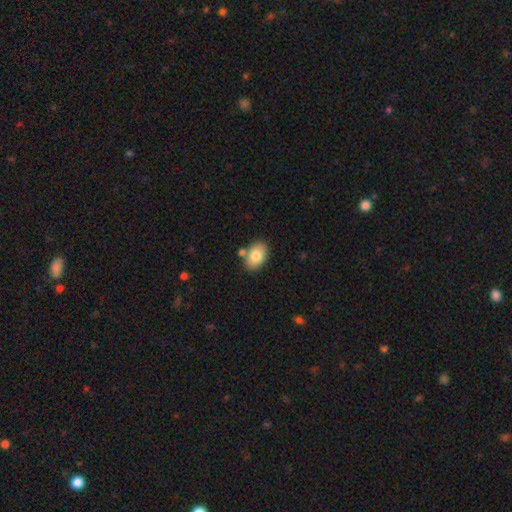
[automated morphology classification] smooth-or-featured: smooth: 80% | featured or disk: 12% | star or artifact: 7%
  how-rounded: in between: 86% | round: 13% | cigar-shaped: 1%
  merging: none: 78% | minor disturbance: 11% | merger: 8% | major disturbance: 2%